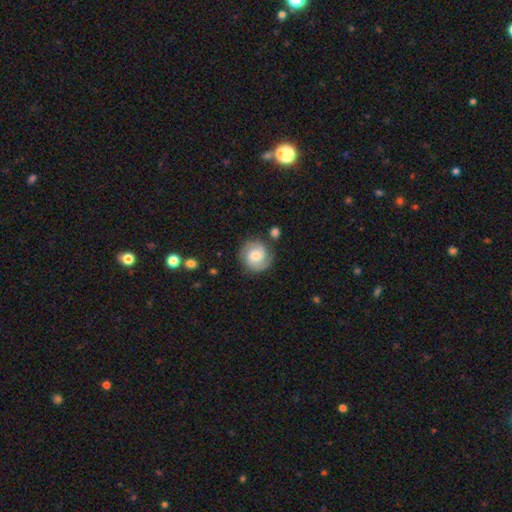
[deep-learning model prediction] smooth_or_featured: featured or disk (p=0.64) [alt: smooth p=0.28]
disk_edge_on: no (p=0.98) [alt: yes p=0.02]
bar: no (p=0.59) [alt: weak p=0.34]
has_spiral_arms: yes (p=0.92) [alt: no p=0.08]
spiral_winding: tight (p=0.50) [alt: medium p=0.38]
spiral_arm_count: 2 (p=0.78) [alt: can't tell p=0.10]
bulge_size: moderate (p=0.55) [alt: small p=0.37]
merging: none (p=0.78) [alt: minor disturbance p=0.14]